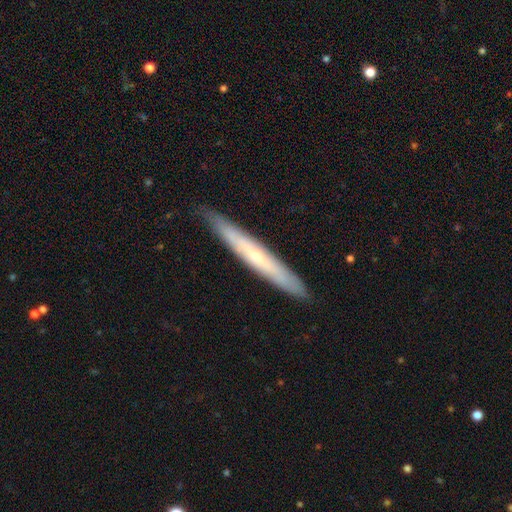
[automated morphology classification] A featured or disk galaxy (56%) viewed edge-on (86%).

Vote fractions:
- Smooth or featured? featured or disk: 56% / smooth: 38% / star or artifact: 6%
- Edge-on disk? yes: 86% / no: 14%
- Merging? none: 86% / minor disturbance: 11% / major disturbance: 2% / merger: 1%